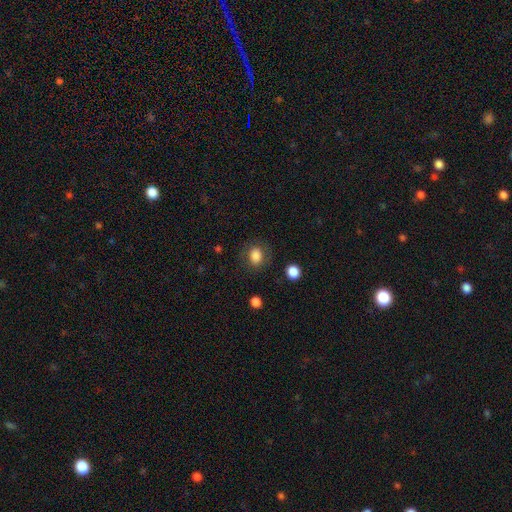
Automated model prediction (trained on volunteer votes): A smooth galaxy with no disk features (84%) that is round (59%). Merging: none (81%).